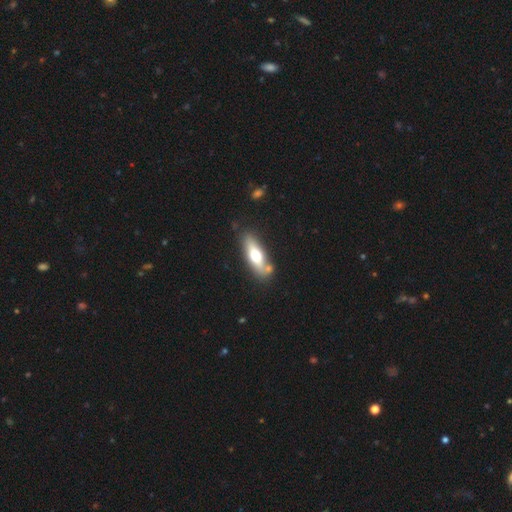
smooth-or-featured: smooth: 53% | featured or disk: 47% | star or artifact: 0%
  how-rounded: cigar-shaped: 53% | in between: 47% | round: 0%
  merging: none: 78% | minor disturbance: 11% | major disturbance: 6% | merger: 6%